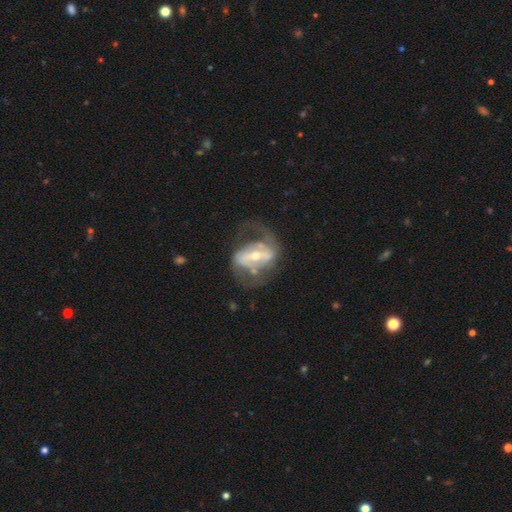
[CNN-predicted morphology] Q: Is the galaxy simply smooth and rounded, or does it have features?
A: featured or disk — 82%.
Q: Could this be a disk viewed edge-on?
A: no — 96%.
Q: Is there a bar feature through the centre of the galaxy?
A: strong — 50%.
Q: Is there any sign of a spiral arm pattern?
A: yes — 82%.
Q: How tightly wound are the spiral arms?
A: medium — 45%.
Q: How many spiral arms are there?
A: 2 — 80%.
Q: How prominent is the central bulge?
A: moderate — 52%.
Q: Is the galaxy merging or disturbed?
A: none — 50%.